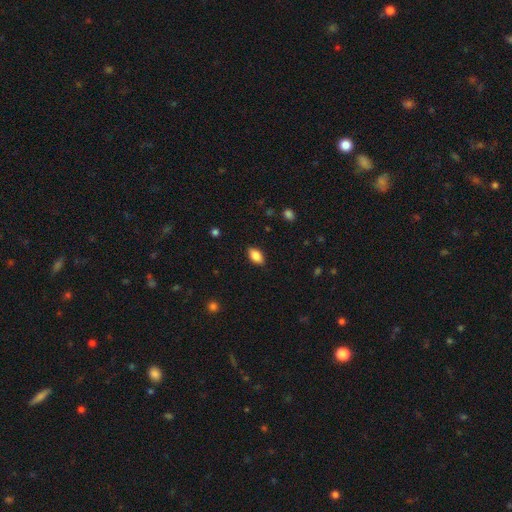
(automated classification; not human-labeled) Q: Smooth or featured?
A: smooth (85%); runner-up: star or artifact (8%)
Q: How rounded?
A: in between (91%); runner-up: round (5%)
Q: Merging?
A: none (85%); runner-up: minor disturbance (11%)